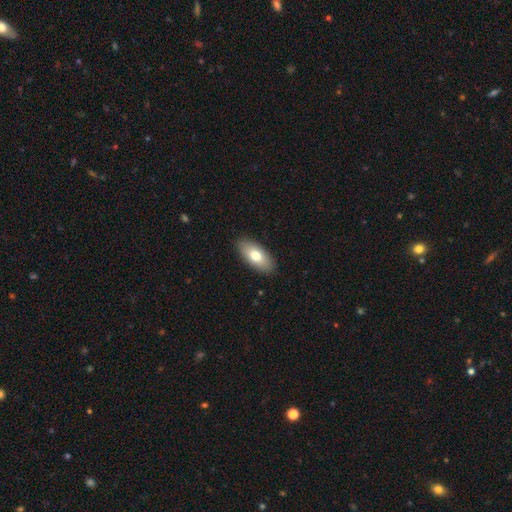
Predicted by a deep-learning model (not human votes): The model was most divided on "smooth or featured": smooth: 73%, featured or disk: 20%, star or artifact: 6%. More confident: merging — none (89%); how rounded — in between (89%).